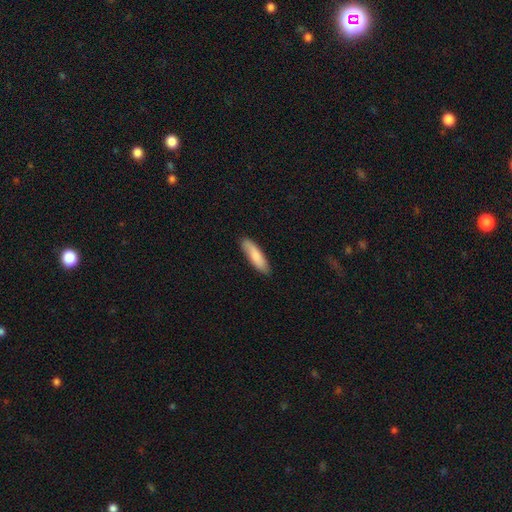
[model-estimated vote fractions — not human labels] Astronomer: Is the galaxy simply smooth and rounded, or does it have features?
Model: smooth — 83%.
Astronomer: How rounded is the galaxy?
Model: cigar-shaped — 61% (runner-up: in between, 38%).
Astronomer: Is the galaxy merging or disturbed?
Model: none — 86%.